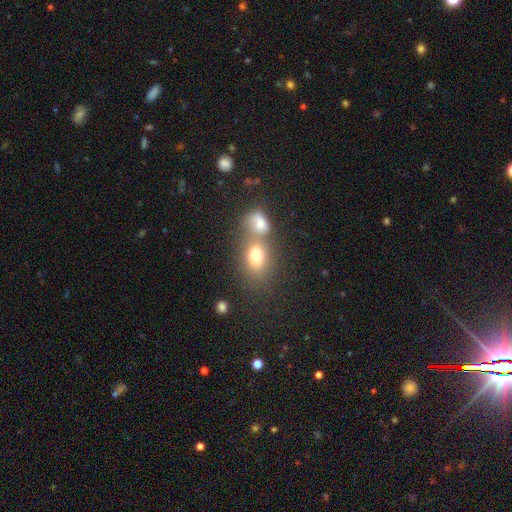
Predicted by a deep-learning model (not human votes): smooth_or_featured: smooth (p=0.75) [alt: featured or disk p=0.14]
how_rounded: in between (p=0.66) [alt: round p=0.33]
merging: merger (p=0.49) [alt: none p=0.36]